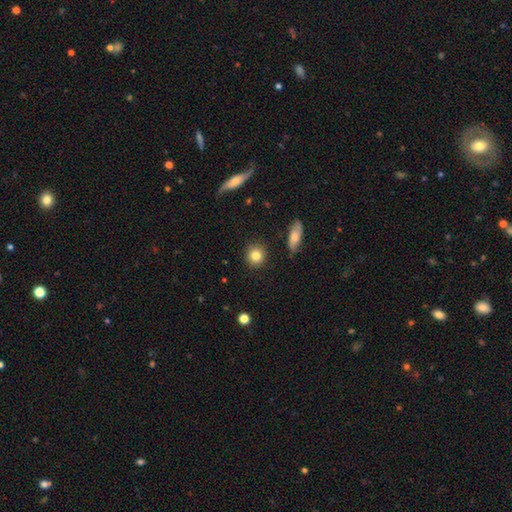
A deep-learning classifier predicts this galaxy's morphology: smooth_or_featured: smooth (p=0.83) [alt: star or artifact p=0.09]
how_rounded: round (p=0.87) [alt: in between p=0.12]
merging: none (p=0.89) [alt: minor disturbance p=0.07]